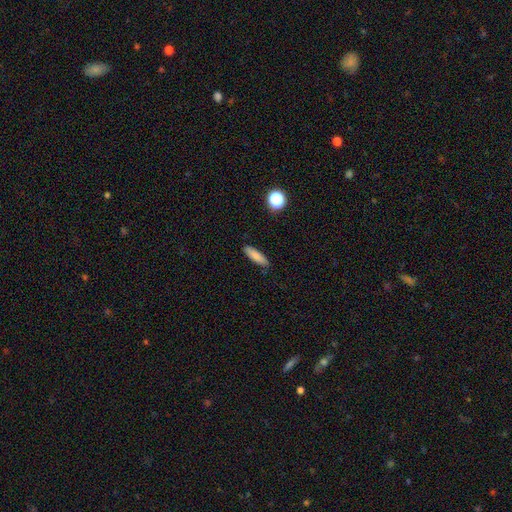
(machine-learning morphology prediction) This is clearly a smooth galaxy (82%). How rounded: likely cigar-shaped (65%). Merging: clearly none (85%).